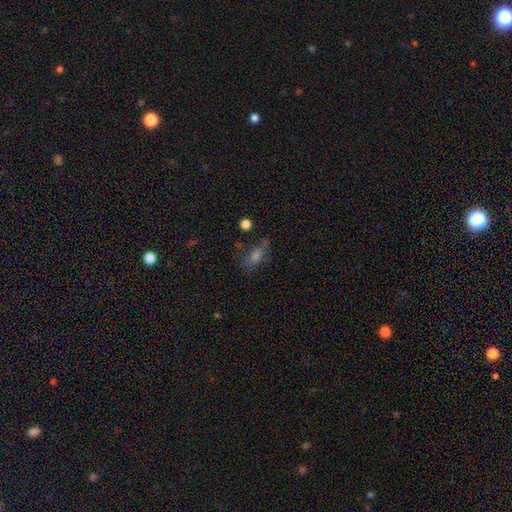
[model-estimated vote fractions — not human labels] smooth_or_featured: smooth (p=0.54) [alt: featured or disk p=0.25]
how_rounded: in between (p=0.73) [alt: cigar-shaped p=0.16]
merging: none (p=0.56) [alt: minor disturbance p=0.23]